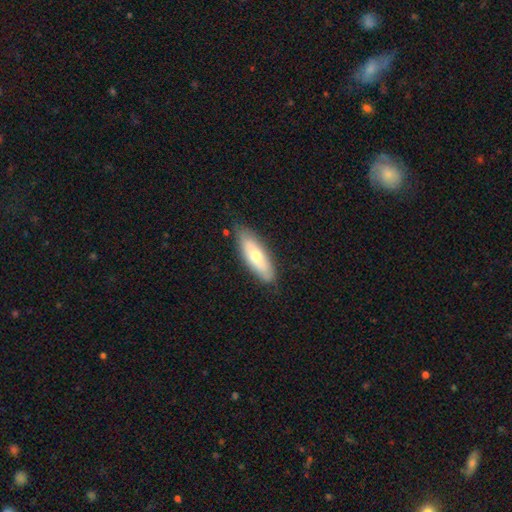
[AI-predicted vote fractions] Smooth or featured?
  - smooth: 62% *
  - featured or disk: 32%
  - star or artifact: 6%
How rounded?
  - in between: 58% *
  - cigar-shaped: 40%
  - round: 2%
Merging?
  - none: 81% *
  - minor disturbance: 15%
  - major disturbance: 3%
  - merger: 1%